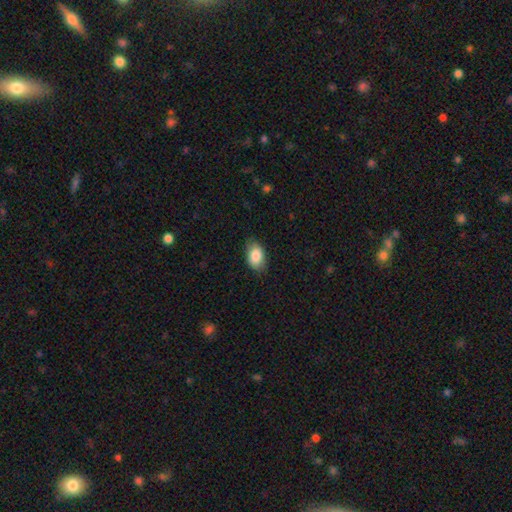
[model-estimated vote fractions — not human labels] This appears to be a smooth galaxy with no disk features (86%) that is in between round and cigar-shaped (89%). Merging: none (78%).